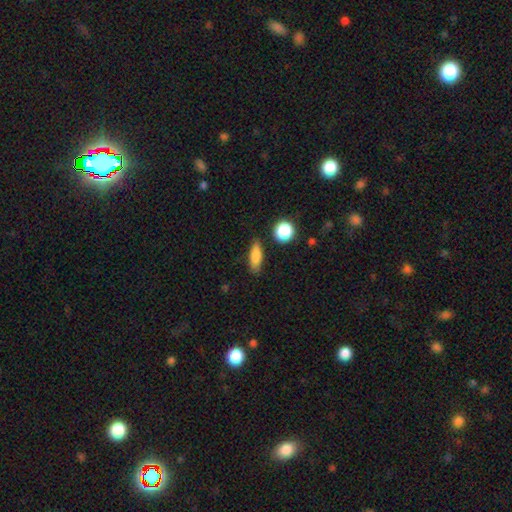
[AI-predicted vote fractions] A smooth galaxy with no disk features (82%) that is in between round and cigar-shaped (56%).

Vote fractions:
- Smooth or featured? smooth: 82% / featured or disk: 9% / star or artifact: 9%
- How rounded? in between: 56% / cigar-shaped: 37% / round: 7%
- Merging? none: 81% / minor disturbance: 13% / major disturbance: 3% / merger: 3%